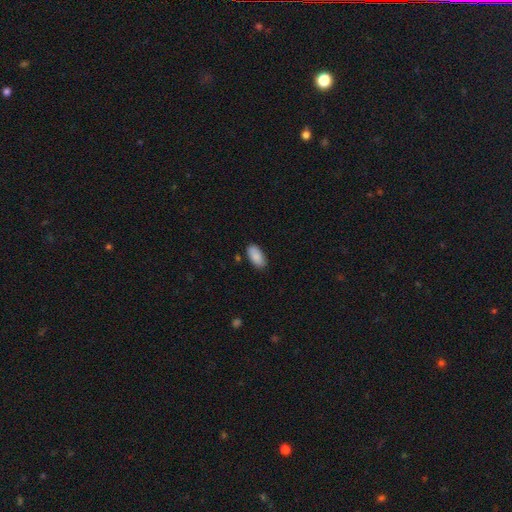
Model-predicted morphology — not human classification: Smooth or featured?
  - smooth: 89% *
  - star or artifact: 6%
  - featured or disk: 5%
How rounded?
  - in between: 94% *
  - cigar-shaped: 4%
  - round: 2%
Merging?
  - none: 83% *
  - minor disturbance: 13%
  - major disturbance: 2%
  - merger: 2%